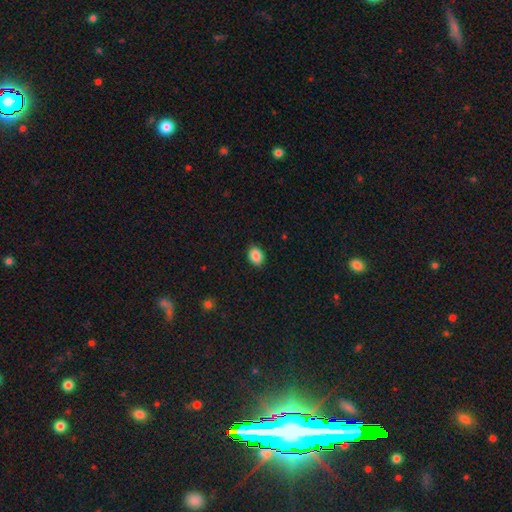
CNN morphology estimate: smooth 88%, star or artifact 8%, featured or disk 4%. Down the decision tree: how rounded — in between (70%); merging — none (89%).